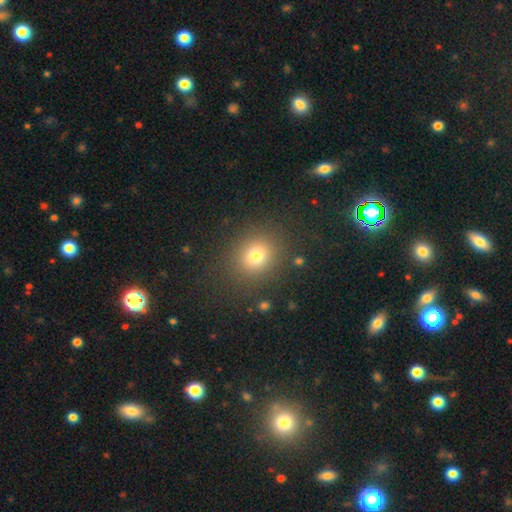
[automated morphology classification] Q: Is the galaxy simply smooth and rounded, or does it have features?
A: smooth — 76%.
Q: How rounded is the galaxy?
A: round — 77%.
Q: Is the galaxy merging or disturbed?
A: none — 85%.